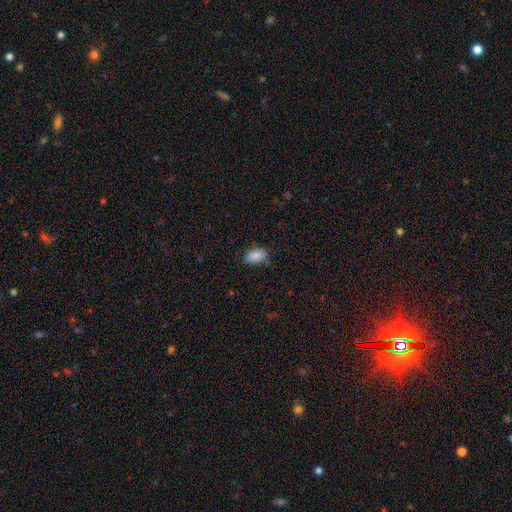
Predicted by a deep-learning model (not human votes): This is clearly a smooth galaxy (85%). How rounded: clearly in between (91%). Merging: likely none (80%).